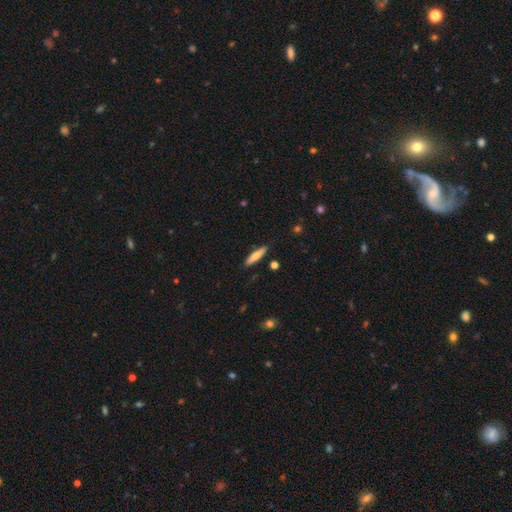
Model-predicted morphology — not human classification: Smooth or featured? smooth (64%)
How rounded? cigar-shaped (81%)
Merging? none (88%)